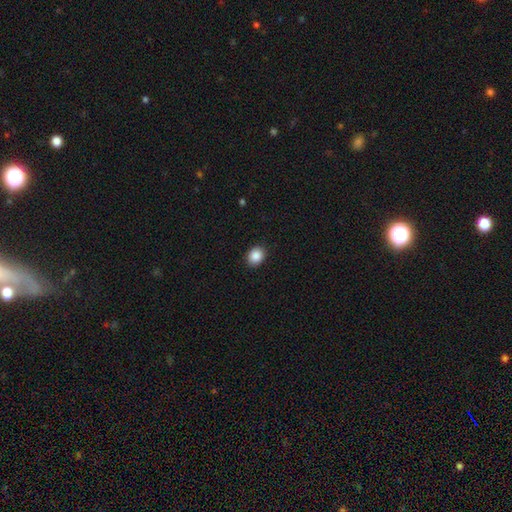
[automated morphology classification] A smooth galaxy with no disk features (88%) that is round (50%). Merging: none (90%).